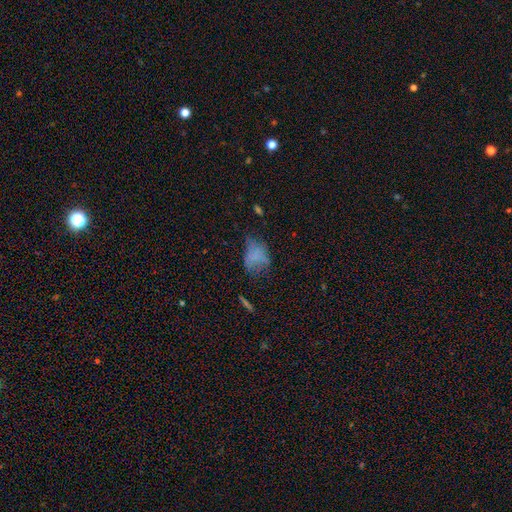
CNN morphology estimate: smooth 62%, featured or disk 21%, star or artifact 18%. Down the decision tree: how rounded — in between (72%); merging — none (40%).